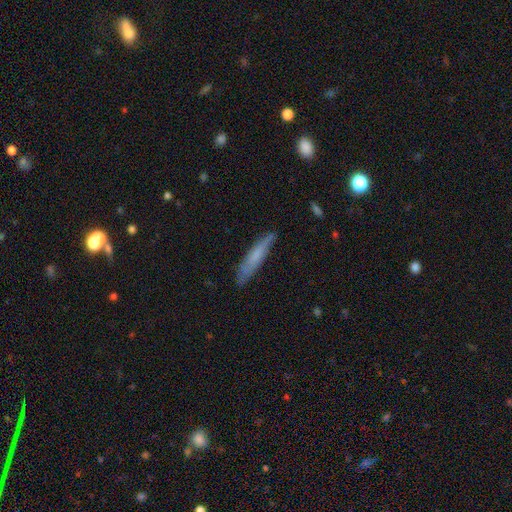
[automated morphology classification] Smooth or featured: smooth — 63% (featured or disk — 30%)
How rounded: cigar-shaped — 90% (in between — 9%)
Merging: none — 79% (minor disturbance — 16%)